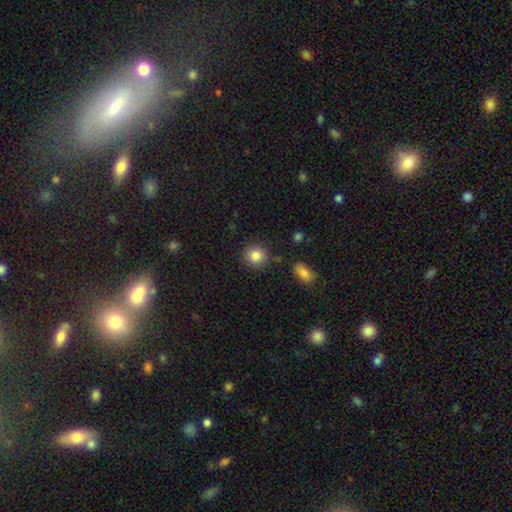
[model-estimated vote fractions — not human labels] Smooth or featured?
  - smooth: 84% *
  - star or artifact: 10%
  - featured or disk: 6%
How rounded?
  - round: 90% *
  - in between: 9%
  - cigar-shaped: 1%
Merging?
  - none: 84% *
  - minor disturbance: 9%
  - merger: 4%
  - major disturbance: 3%